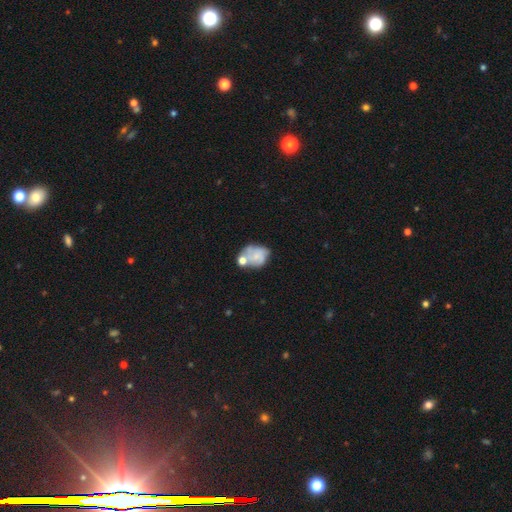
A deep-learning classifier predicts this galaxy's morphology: This is possibly a smooth galaxy (47%). Merging: marginally none (37%).